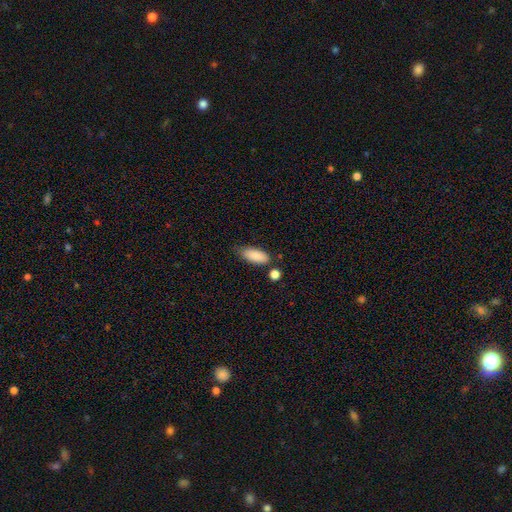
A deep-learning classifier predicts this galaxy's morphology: smooth_or_featured: smooth (p=0.87) [alt: star or artifact p=0.07]
how_rounded: in between (p=0.83) [alt: cigar-shaped p=0.15]
merging: none (p=0.67) [alt: minor disturbance p=0.21]